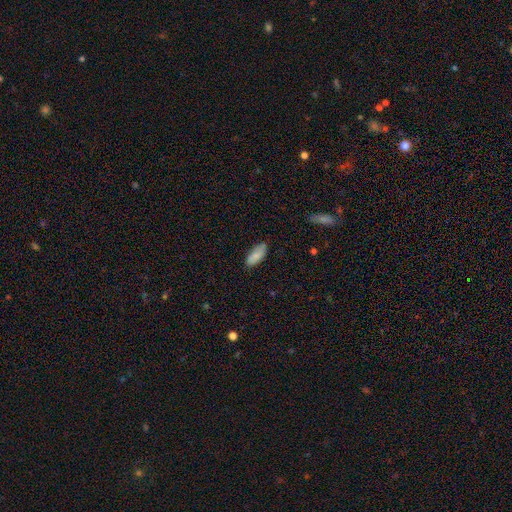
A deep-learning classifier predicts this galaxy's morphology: A smooth galaxy with no disk features (82%) that is in between round and cigar-shaped (84%). Merging: none (80%).